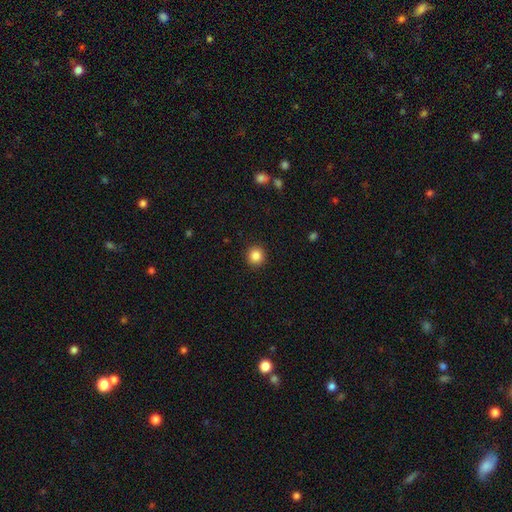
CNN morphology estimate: The model was most divided on "smooth or featured": smooth: 86%, star or artifact: 10%, featured or disk: 4%. More confident: merging — none (92%); how rounded — round (92%).